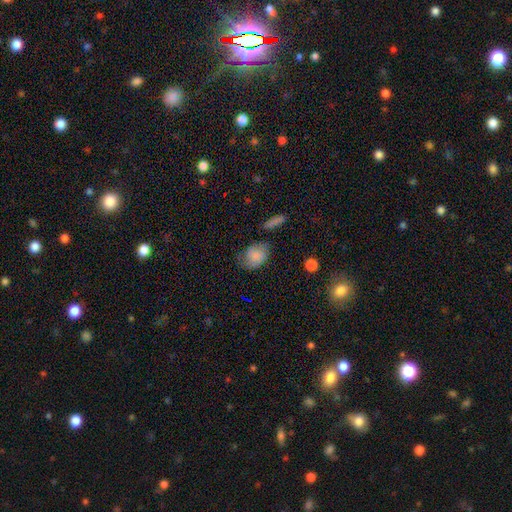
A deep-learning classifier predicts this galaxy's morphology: This is likely a smooth galaxy (75%). How rounded: likely in between (67%). Merging: likely none (60%).